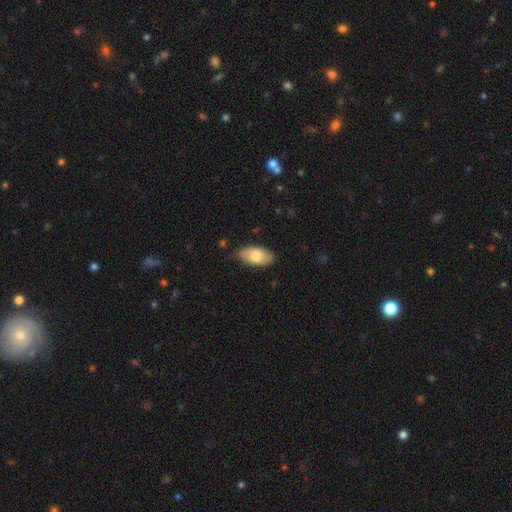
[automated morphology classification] Overall: smooth (79%). How rounded: in between (94%). Merging: none (81%).